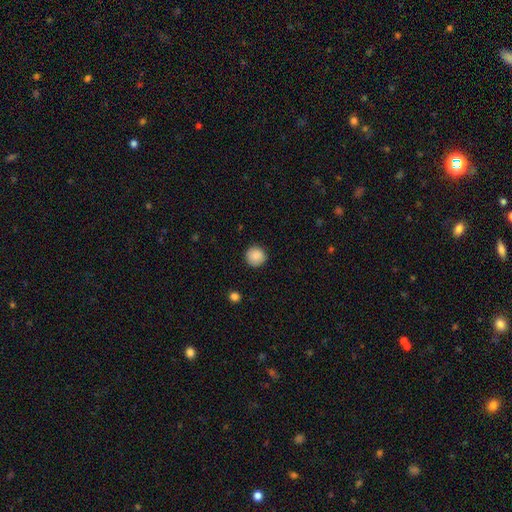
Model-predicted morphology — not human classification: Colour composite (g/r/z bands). It shows a smooth galaxy with no disk features (88%) that is round (94%). Merging: none (90%).